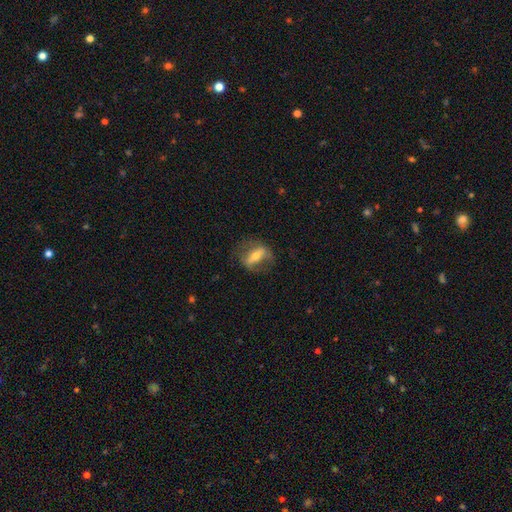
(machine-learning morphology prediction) This appears to be a featured or disk galaxy (62%). Merging: none (65%).